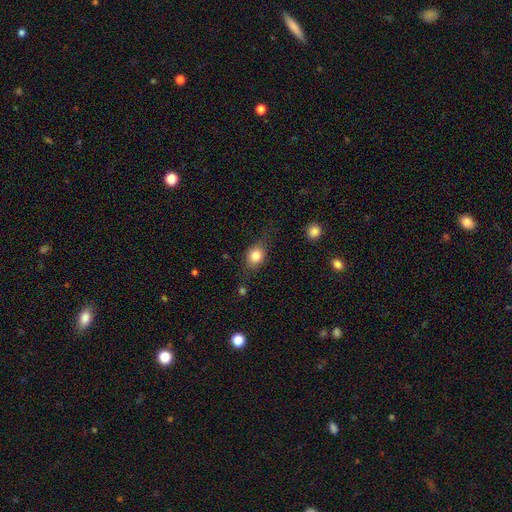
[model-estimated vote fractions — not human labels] Smooth or featured? Predicted: smooth (p=0.80). How rounded? Predicted: round (p=0.52). Merging? Predicted: none (p=0.67).